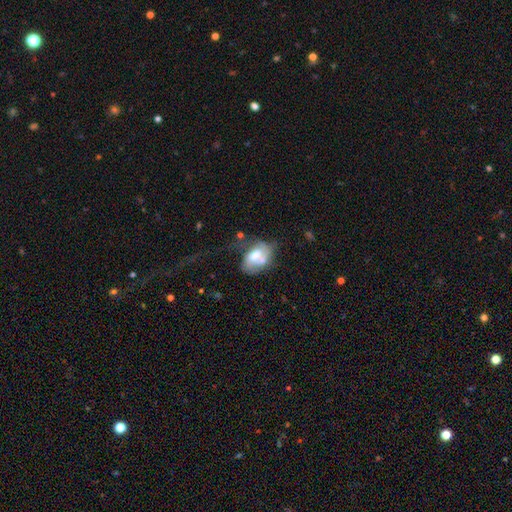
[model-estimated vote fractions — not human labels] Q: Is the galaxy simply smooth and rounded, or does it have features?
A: featured or disk — 48%.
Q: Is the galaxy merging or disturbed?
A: none — 27%.